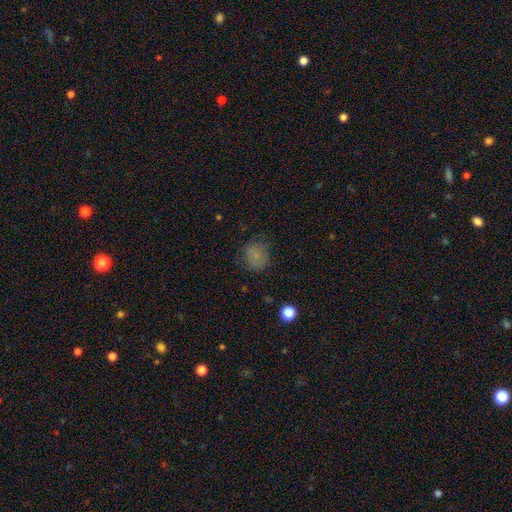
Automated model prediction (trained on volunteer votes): Q: Smooth or featured?
A: smooth (76%); runner-up: star or artifact (14%)
Q: How rounded?
A: round (75%); runner-up: in between (24%)
Q: Merging?
A: none (73%); runner-up: minor disturbance (18%)